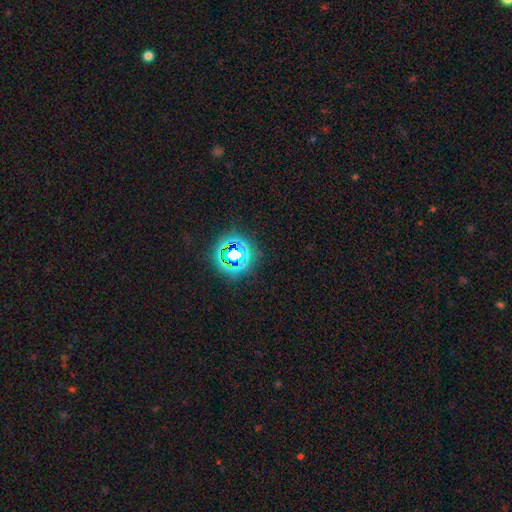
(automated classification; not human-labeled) A star or artifact, not a galaxy (70%).

Vote fractions:
- Smooth or featured? star or artifact: 70% / smooth: 24% / featured or disk: 6%